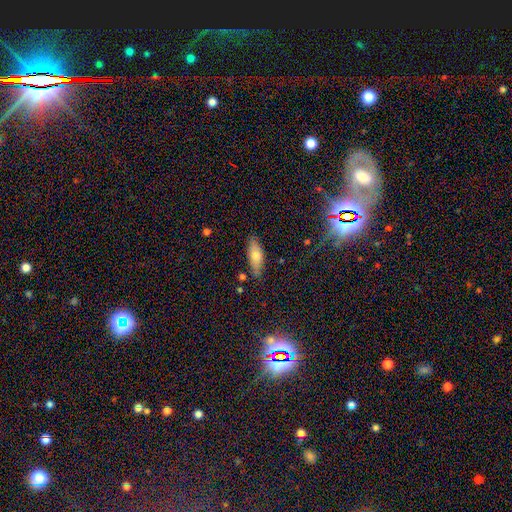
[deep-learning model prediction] Smooth or featured? Predicted: smooth (p=0.71). How rounded? Predicted: in between (p=0.75). Merging? Predicted: none (p=0.80).